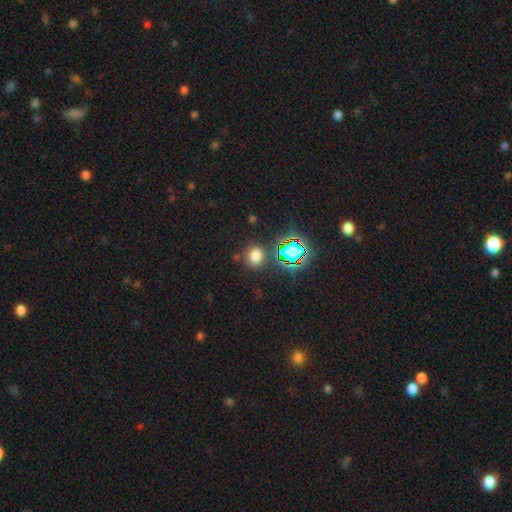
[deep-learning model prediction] This appears to be a smooth galaxy with no disk features (68%) that is round (75%). Merging: none (81%).